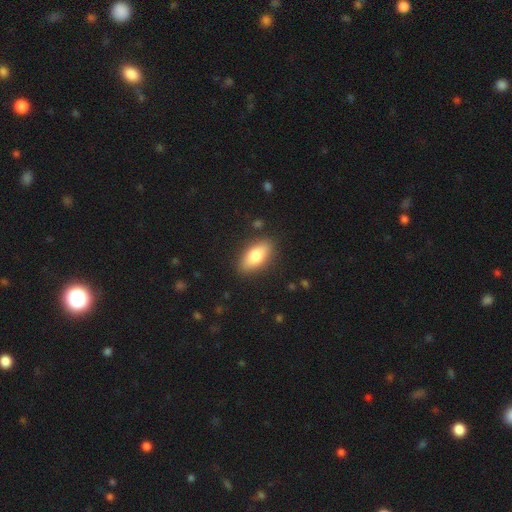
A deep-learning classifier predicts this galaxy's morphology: The model was most divided on "smooth or featured": smooth: 77%, featured or disk: 17%, star or artifact: 6%. More confident: merging — none (87%); how rounded — in between (86%).